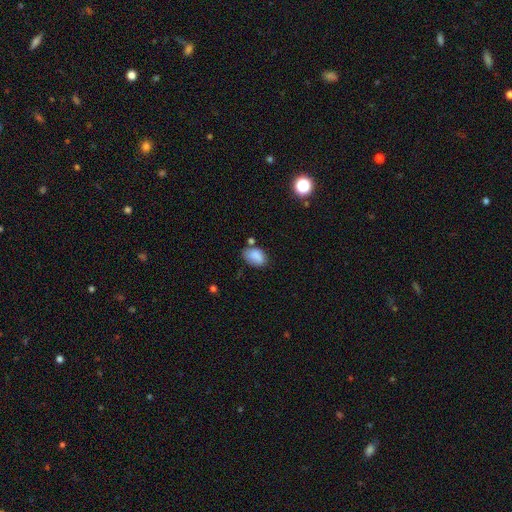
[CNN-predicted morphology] type=smooth (81%); roundness=in between (83%); merging=none (56%).